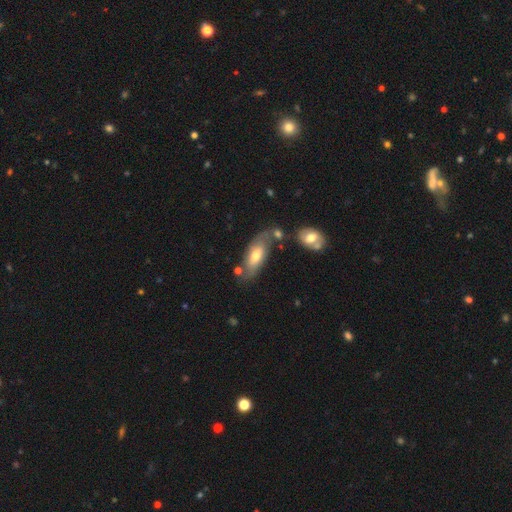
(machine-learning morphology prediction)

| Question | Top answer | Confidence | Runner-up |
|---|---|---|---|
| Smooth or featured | smooth | 53% | featured or disk (40%) |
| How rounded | in between | 77% | cigar-shaped (20%) |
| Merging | none | 57% | minor disturbance (21%) |